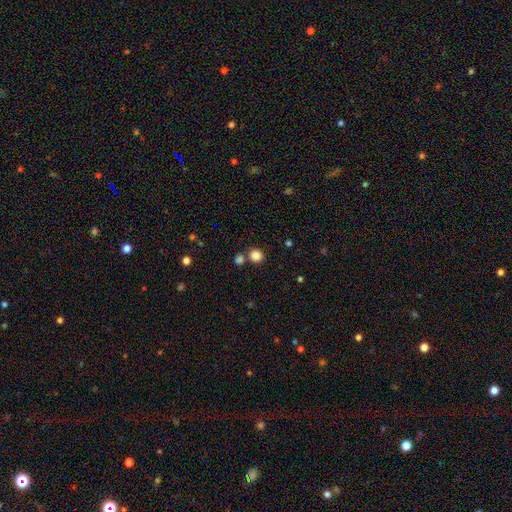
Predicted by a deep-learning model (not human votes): A smooth galaxy with no disk features (85%) that is round (90%).

Vote fractions:
- Smooth or featured? smooth: 85% / star or artifact: 12% / featured or disk: 4%
- How rounded? round: 90% / in between: 9% / cigar-shaped: 1%
- Merging? none: 73% / merger: 16% / minor disturbance: 8% / major disturbance: 3%